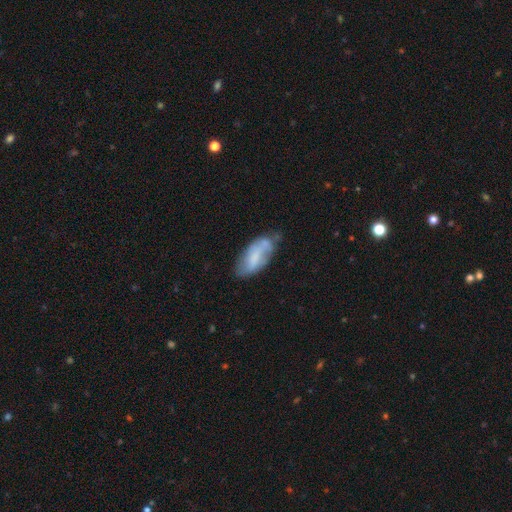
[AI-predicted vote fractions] smooth_or_featured: smooth (p=0.58) [alt: featured or disk p=0.34]
how_rounded: in between (p=0.85) [alt: cigar-shaped p=0.13]
merging: none (p=0.46) [alt: minor disturbance p=0.35]